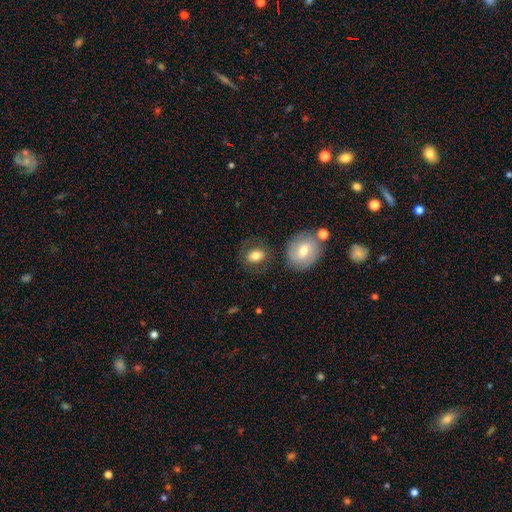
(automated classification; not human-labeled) A smooth galaxy with no disk features (78%) that is in between round and cigar-shaped (66%).

Vote fractions:
- Smooth or featured? smooth: 78% / featured or disk: 14% / star or artifact: 8%
- How rounded? in between: 66% / round: 33% / cigar-shaped: 1%
- Merging? none: 69% / minor disturbance: 16% / merger: 8% / major disturbance: 7%